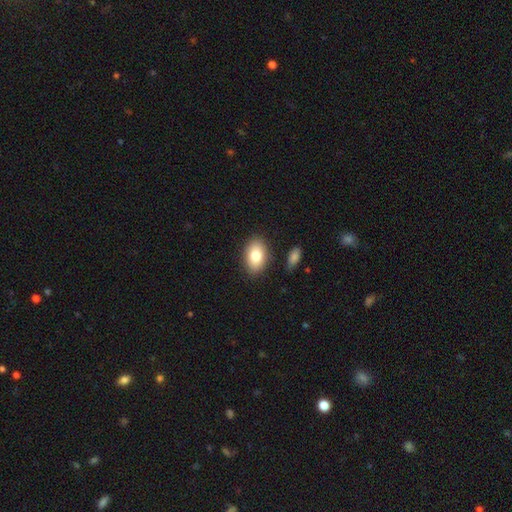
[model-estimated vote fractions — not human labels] Morphology: type=smooth (81%); roundness=in between (89%); merging=none (84%).